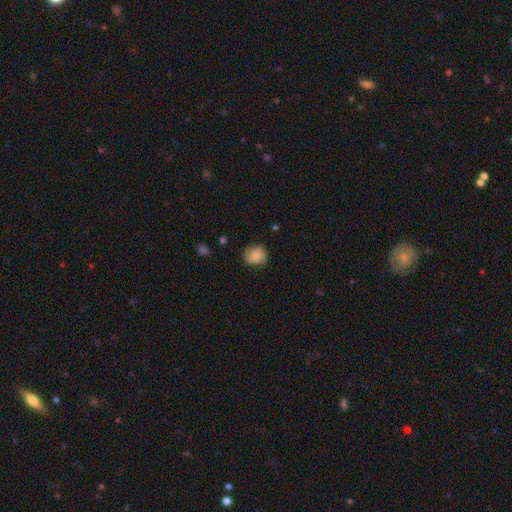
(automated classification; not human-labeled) Smooth or featured? smooth (74%)
How rounded? round (79%)
Merging? none (72%)